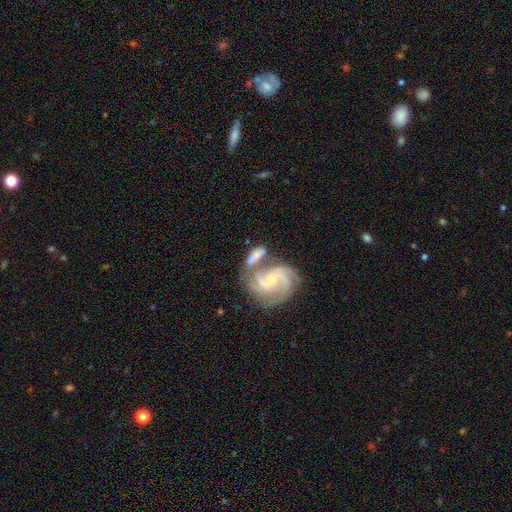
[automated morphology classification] A featured or disk galaxy (74%) with no bar (59%), 3 (41%) medium (44%) spiral arms (93%) and a small central bulge (68%).

Vote fractions:
- Smooth or featured? featured or disk: 74% / smooth: 19% / star or artifact: 7%
- Edge-on disk? no: 96% / yes: 4%
- Bar? no: 59% / weak: 31% / strong: 11%
- Spiral arms? yes: 93% / no: 7%
- Spiral winding? medium: 44% / tight: 40% / loose: 16%
- Spiral arm count? 3: 41% / 2: 24% / can't tell: 15% / 4: 10% / 1: 5% / more than 4: 4%
- Bulge size? small: 68% / moderate: 26% / none: 3% / large: 2% / dominant: 1%
- Merging? merger: 43% / none: 33% / minor disturbance: 14% / major disturbance: 9%